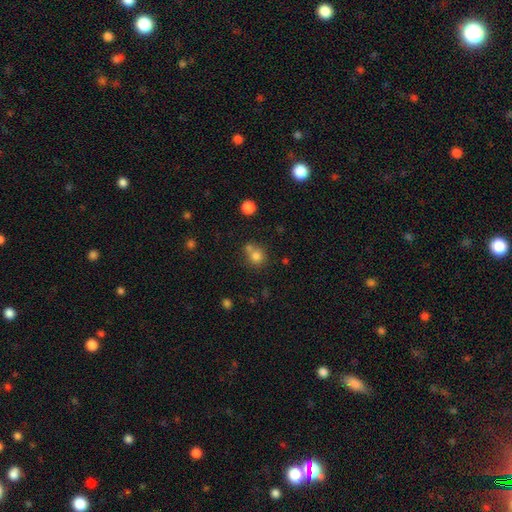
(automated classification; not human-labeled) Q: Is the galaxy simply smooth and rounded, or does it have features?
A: smooth — 78%.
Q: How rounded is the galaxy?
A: round — 86%.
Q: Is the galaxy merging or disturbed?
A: none — 56%.